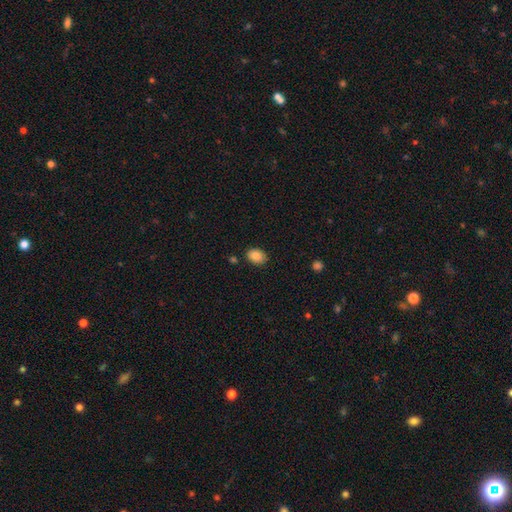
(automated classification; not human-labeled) Smooth or featured: smooth — 85% (star or artifact — 8%)
How rounded: in between — 75% (round — 24%)
Merging: none — 85% (minor disturbance — 11%)